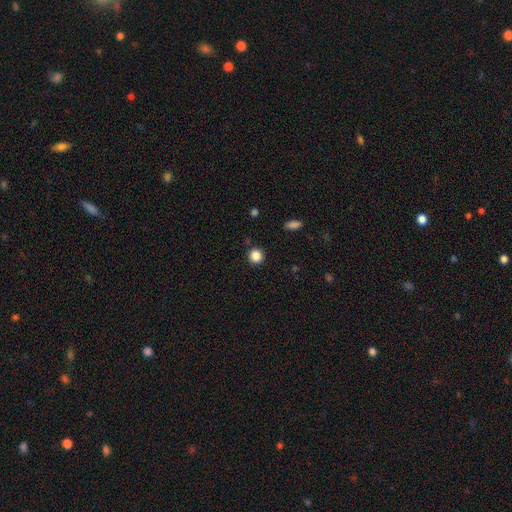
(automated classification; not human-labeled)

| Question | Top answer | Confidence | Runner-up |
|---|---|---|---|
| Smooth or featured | smooth | 85% | star or artifact (11%) |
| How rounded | round | 92% | in between (7%) |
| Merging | none | 90% | minor disturbance (6%) |